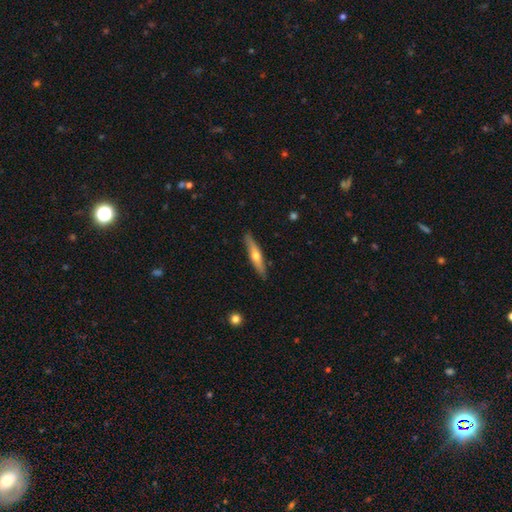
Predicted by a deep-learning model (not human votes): The model was most divided on "smooth or featured": featured or disk: 52%, smooth: 43%, star or artifact: 6%. More confident: edge-on disk — yes (91%); merging — none (88%).